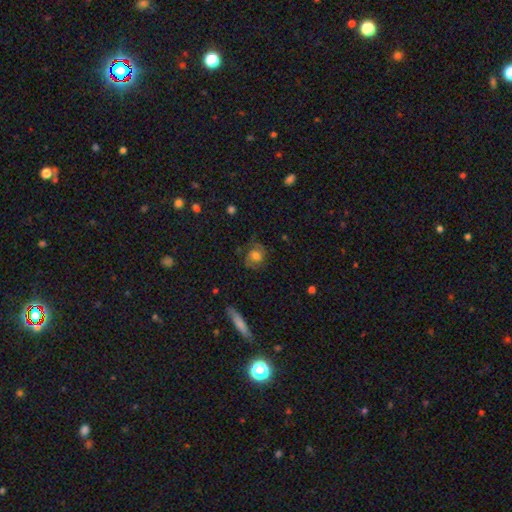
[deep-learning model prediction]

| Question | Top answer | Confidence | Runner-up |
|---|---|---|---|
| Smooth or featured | featured or disk | 45% | smooth (44%) |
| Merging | none | 68% | minor disturbance (20%) |